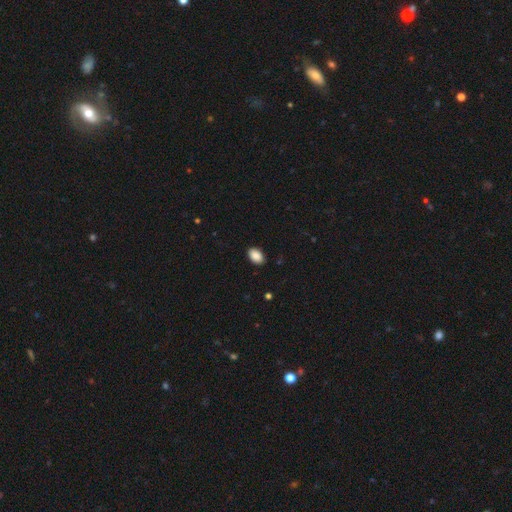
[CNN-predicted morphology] Q: Smooth or featured?
A: smooth (90%); runner-up: star or artifact (7%)
Q: How rounded?
A: in between (89%); runner-up: round (10%)
Q: Merging?
A: none (89%); runner-up: minor disturbance (8%)